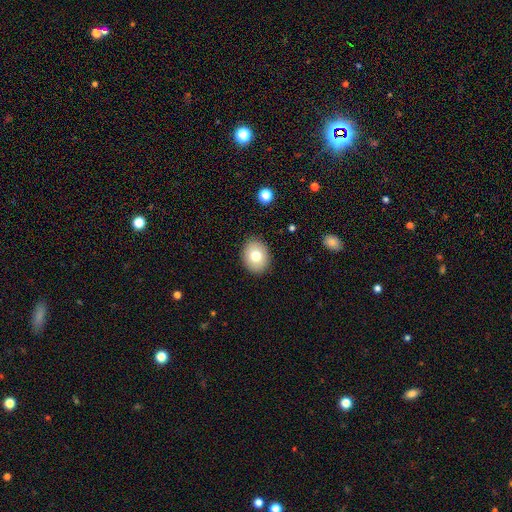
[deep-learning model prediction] smooth_or_featured: smooth (p=0.77) [alt: featured or disk p=0.14]
how_rounded: round (p=0.51) [alt: in between p=0.48]
merging: none (p=0.90) [alt: minor disturbance p=0.07]